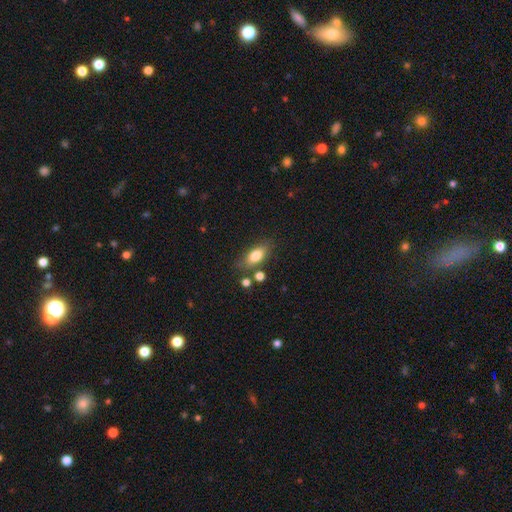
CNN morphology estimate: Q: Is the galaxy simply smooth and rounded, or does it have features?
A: smooth — 78%.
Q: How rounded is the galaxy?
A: in between — 81%.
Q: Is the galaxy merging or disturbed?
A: none — 72%.